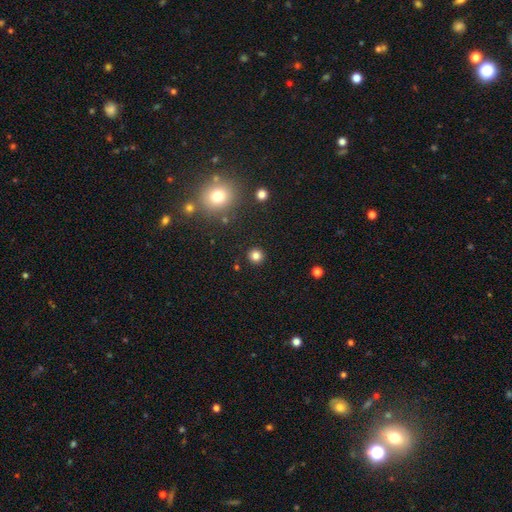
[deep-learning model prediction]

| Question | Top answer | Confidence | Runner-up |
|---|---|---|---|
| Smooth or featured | smooth | 82% | star or artifact (13%) |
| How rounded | round | 94% | in between (5%) |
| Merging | none | 91% | minor disturbance (5%) |